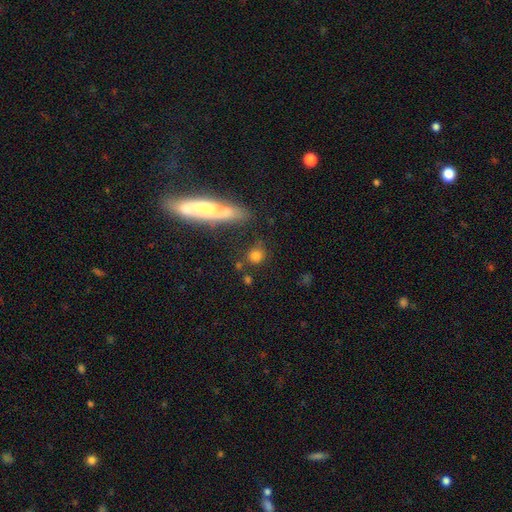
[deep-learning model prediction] Smooth or featured: smooth — 77% (star or artifact — 13%)
How rounded: round — 76% (in between — 18%)
Merging: none — 70% (merger — 12%)